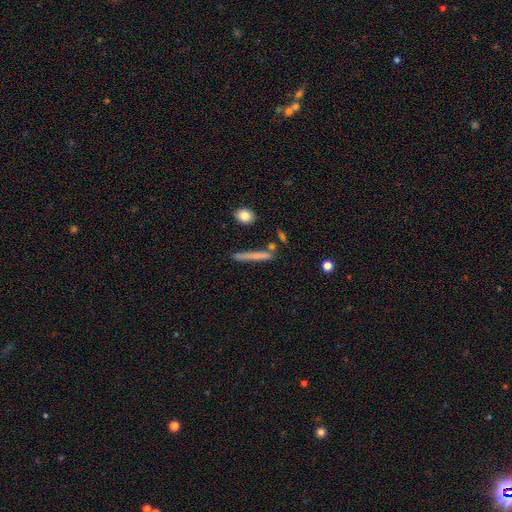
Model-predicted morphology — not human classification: smooth-or-featured: smooth: 61% | featured or disk: 31% | star or artifact: 8%
  how-rounded: cigar-shaped: 93% | in between: 4% | round: 3%
  merging: none: 77% | minor disturbance: 14% | merger: 6% | major disturbance: 3%